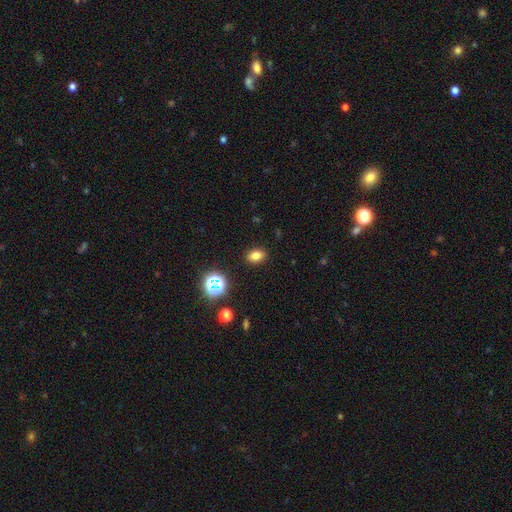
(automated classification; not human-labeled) Q: Smooth or featured?
A: smooth (76%); runner-up: star or artifact (16%)
Q: How rounded?
A: in between (79%); runner-up: round (19%)
Q: Merging?
A: none (88%); runner-up: minor disturbance (8%)